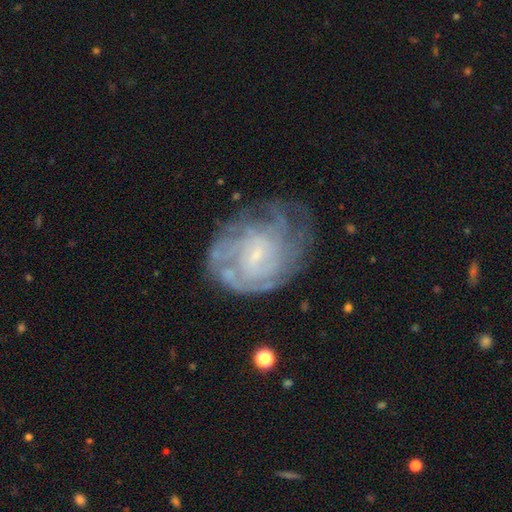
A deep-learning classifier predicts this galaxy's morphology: Overall: featured or disk (80%). Edge-on disk: no (97%). Bar: no (50%; weak 42%). Spiral arms: yes (90%). Spiral arm count: can't tell (49%; 4 16%). Spiral winding: tight (65%; medium 27%). Bulge size: small (72%). Merging: none (59%; minor disturbance 24%).